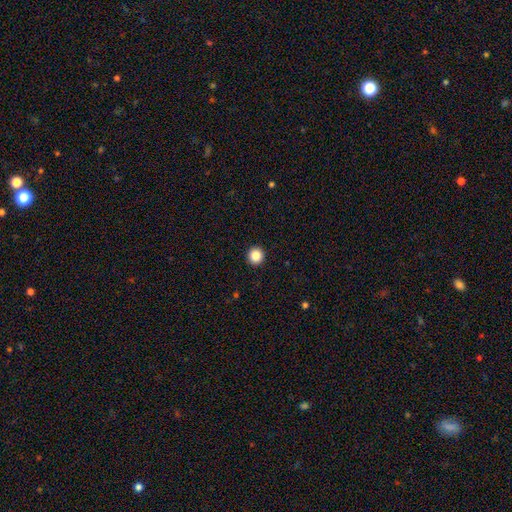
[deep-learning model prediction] Smooth or featured? smooth (86%)
How rounded? round (95%)
Merging? none (94%)